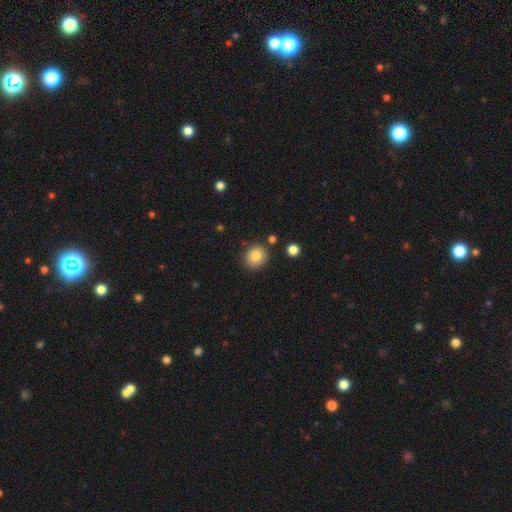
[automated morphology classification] Smooth or featured? Predicted: smooth (p=0.85). How rounded? Predicted: round (p=0.75). Merging? Predicted: none (p=0.84).